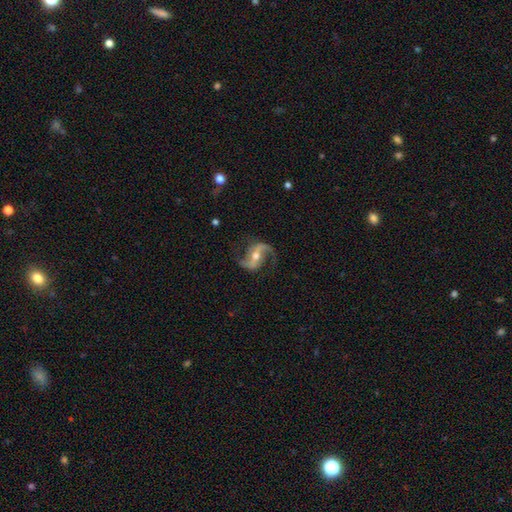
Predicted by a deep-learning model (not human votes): A featured or disk galaxy (91%) with a strong bar (41%), 2 (93%) loose (65%) spiral arms (97%) and a moderate central bulge (66%). Merging: none (79%).